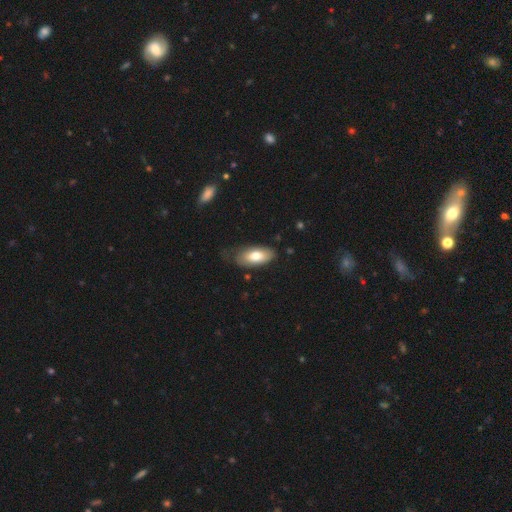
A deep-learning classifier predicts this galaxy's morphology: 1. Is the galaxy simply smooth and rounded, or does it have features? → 72% smooth, 21% featured or disk, 6% star or artifact.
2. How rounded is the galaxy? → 90% in between, 7% cigar-shaped, 3% round.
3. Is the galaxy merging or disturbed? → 66% none, 25% minor disturbance, 7% major disturbance, 2% merger.